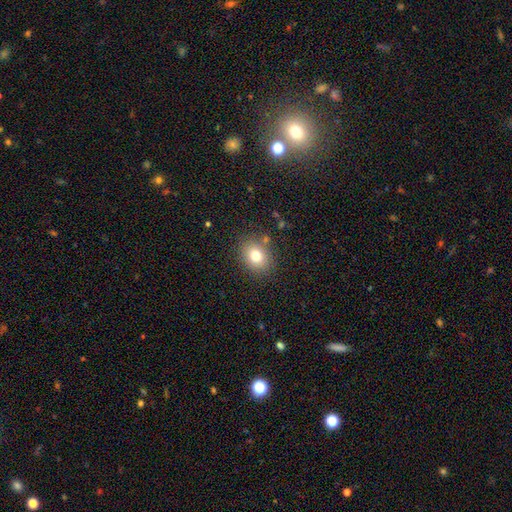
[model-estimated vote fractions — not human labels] Morphology: type=smooth (77%); roundness=round (58%); merging=none (84%).